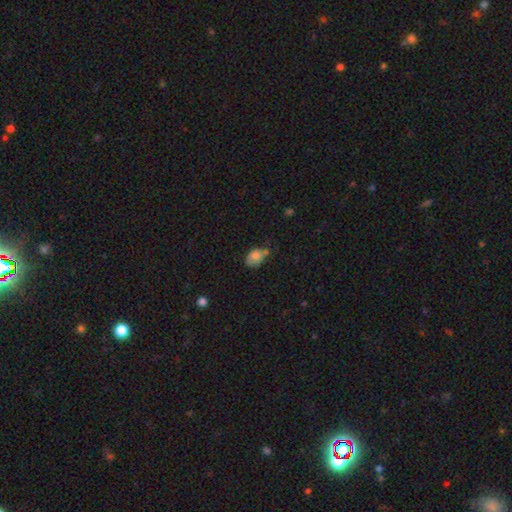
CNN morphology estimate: A smooth galaxy with no disk features (78%) that is in between round and cigar-shaped (77%).

Vote fractions:
- Smooth or featured? smooth: 78% / featured or disk: 12% / star or artifact: 10%
- How rounded? in between: 77% / round: 22% / cigar-shaped: 1%
- Merging? none: 43% / minor disturbance: 34% / merger: 12% / major disturbance: 11%